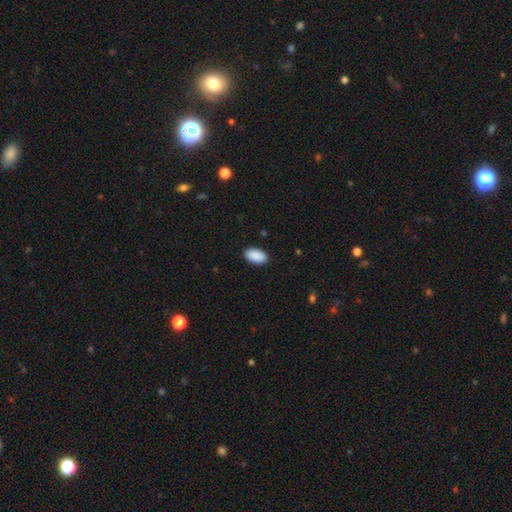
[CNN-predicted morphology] smooth_or_featured: smooth (p=0.91) [alt: star or artifact p=0.06]
how_rounded: in between (p=0.95) [alt: round p=0.03]
merging: none (p=0.90) [alt: minor disturbance p=0.07]